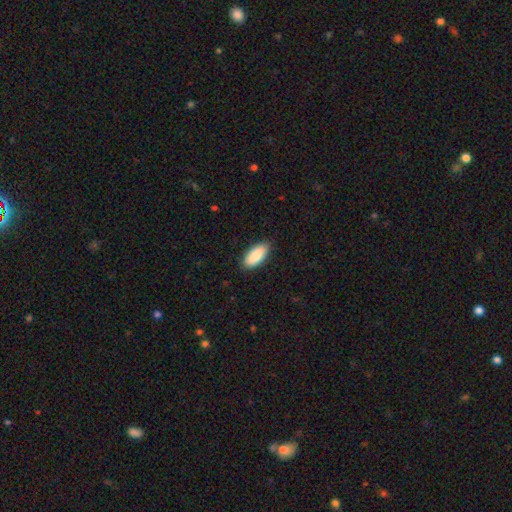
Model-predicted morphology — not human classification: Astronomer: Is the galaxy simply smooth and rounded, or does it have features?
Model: smooth — 88%.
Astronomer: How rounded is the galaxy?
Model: in between — 88%.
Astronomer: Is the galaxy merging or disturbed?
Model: none — 88%.